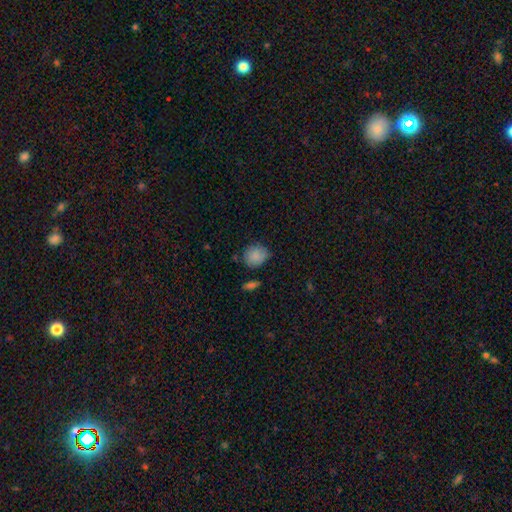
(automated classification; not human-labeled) The model was most divided on "how rounded": round: 71%, in between: 28%, cigar-shaped: 1%. More confident: smooth or featured — smooth (85%); merging — none (71%).